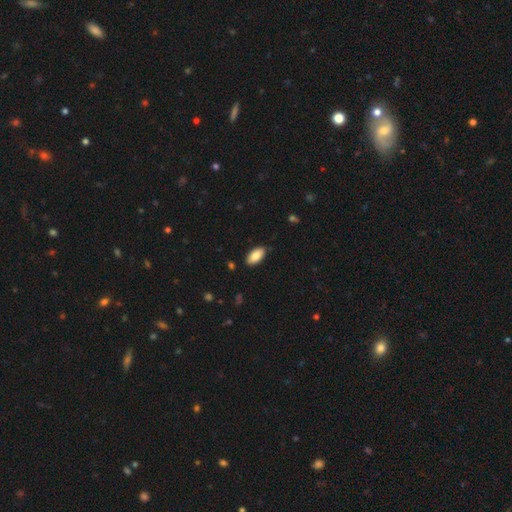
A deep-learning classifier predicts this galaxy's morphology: Smooth or featured?
  - smooth: 85% *
  - featured or disk: 8%
  - star or artifact: 6%
How rounded?
  - in between: 94% *
  - cigar-shaped: 4%
  - round: 2%
Merging?
  - none: 85% *
  - minor disturbance: 12%
  - major disturbance: 2%
  - merger: 1%